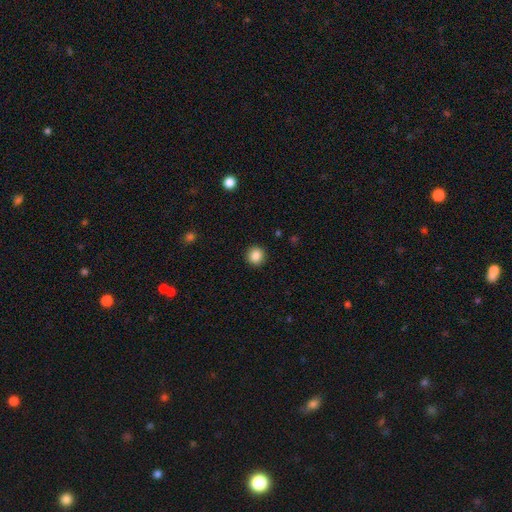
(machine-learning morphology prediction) A smooth galaxy with no disk features (87%) that is round (91%). Merging: none (92%).